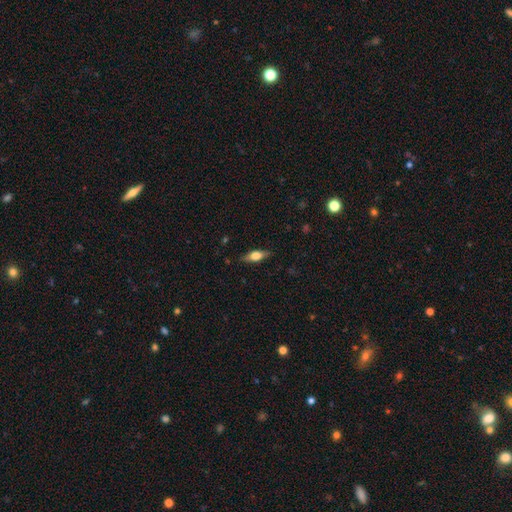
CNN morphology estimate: Overall: smooth (56%; featured or disk 37%). How rounded: in between (64%; cigar-shaped 31%). Merging: none (84%).